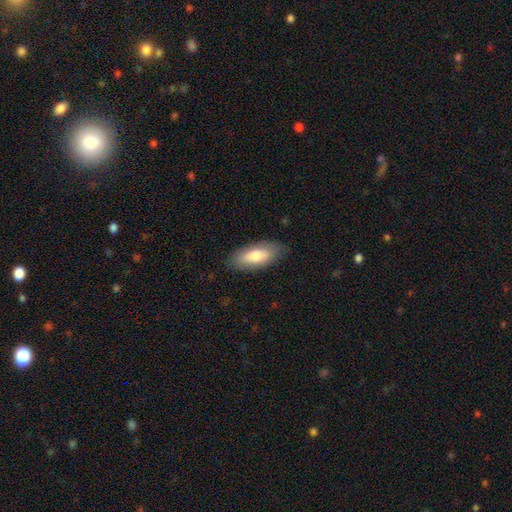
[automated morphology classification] This is likely a smooth galaxy (76%). How rounded: clearly in between (83%). Merging: clearly none (83%).